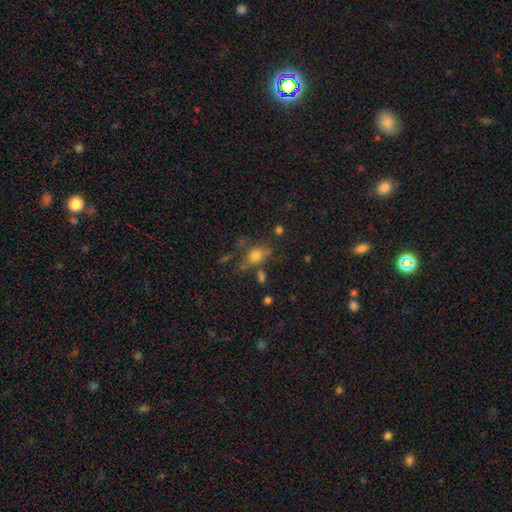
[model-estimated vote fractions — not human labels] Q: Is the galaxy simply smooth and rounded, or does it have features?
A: smooth — 72%.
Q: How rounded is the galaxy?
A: in between — 69%.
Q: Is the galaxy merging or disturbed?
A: none — 51%.